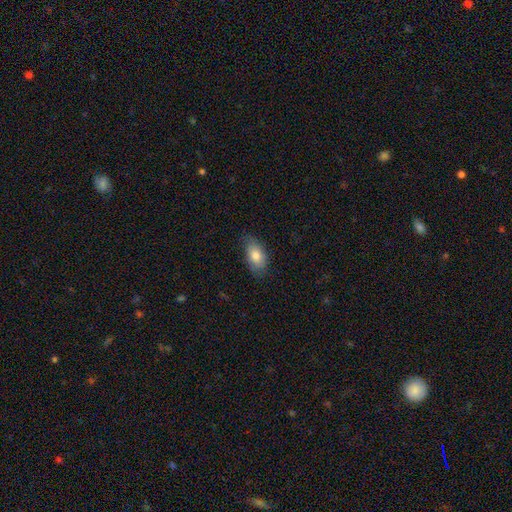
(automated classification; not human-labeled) Smooth or featured?
  - smooth: 80% *
  - featured or disk: 13%
  - star or artifact: 7%
How rounded?
  - in between: 91% *
  - round: 6%
  - cigar-shaped: 3%
Merging?
  - none: 76% *
  - minor disturbance: 19%
  - major disturbance: 4%
  - merger: 1%